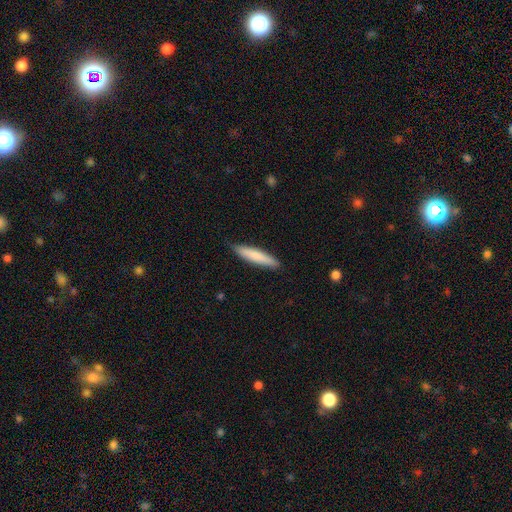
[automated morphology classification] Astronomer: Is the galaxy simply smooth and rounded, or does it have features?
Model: smooth — 79%.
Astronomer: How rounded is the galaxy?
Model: cigar-shaped — 88%.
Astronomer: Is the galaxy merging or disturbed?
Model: none — 87%.